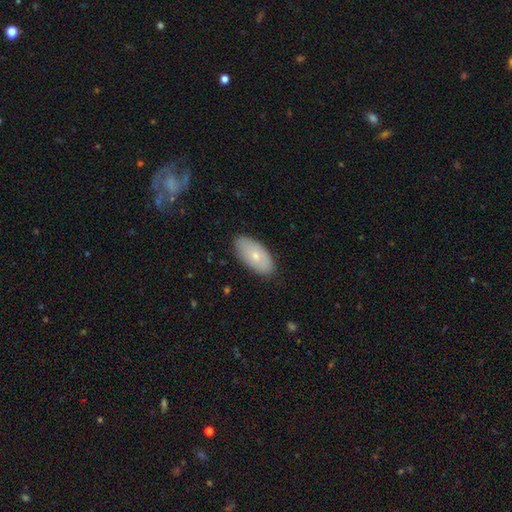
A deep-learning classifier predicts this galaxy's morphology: This appears to be a smooth galaxy with no disk features (72%) that is in between round and cigar-shaped (93%). Merging: none (86%).